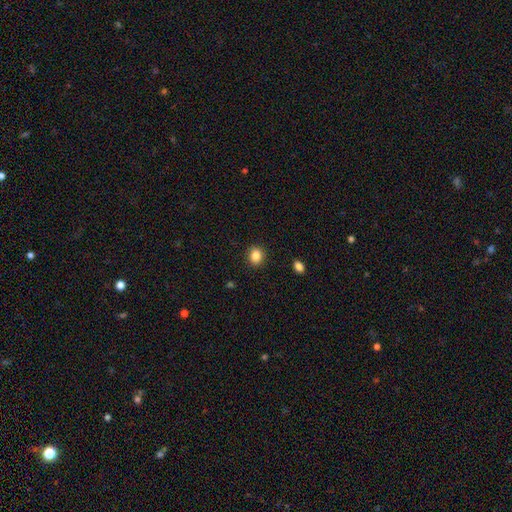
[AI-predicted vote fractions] Morphology: type=smooth (85%); roundness=round (67%); merging=none (90%).